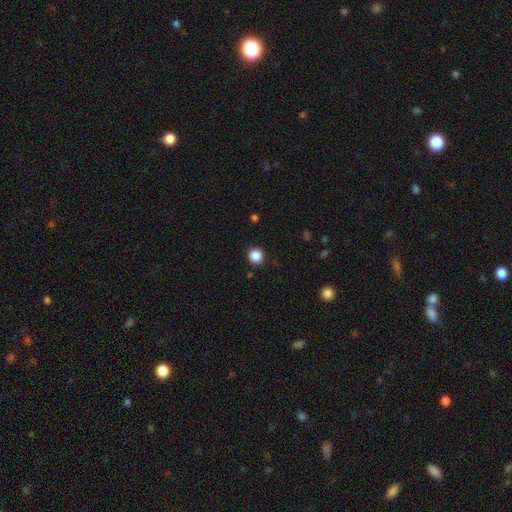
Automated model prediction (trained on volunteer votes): smooth_or_featured: smooth (p=0.87) [alt: star or artifact p=0.11]
how_rounded: round (p=0.94) [alt: in between p=0.05]
merging: none (p=0.92) [alt: minor disturbance p=0.05]